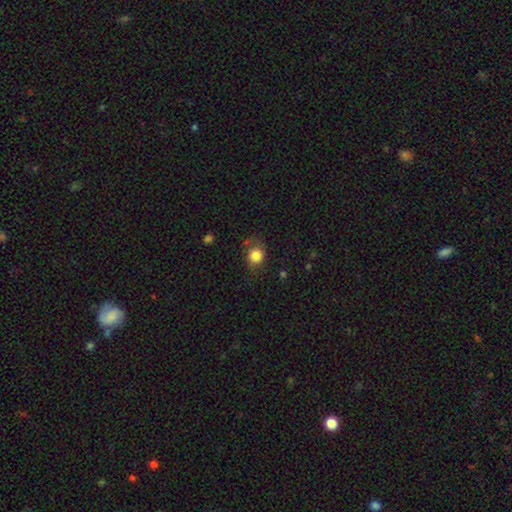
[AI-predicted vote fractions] smooth 81%, featured or disk 10%, star or artifact 9%. Down the decision tree: how rounded — round (71%); merging — none (64%).